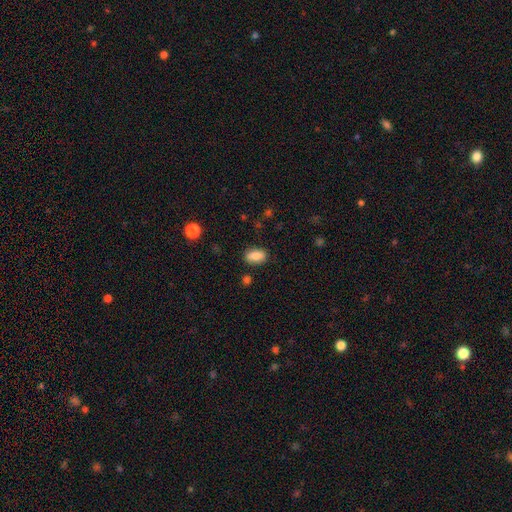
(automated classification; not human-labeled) Smooth or featured? Predicted: smooth (p=0.85). How rounded? Predicted: in between (p=0.89). Merging? Predicted: none (p=0.83).